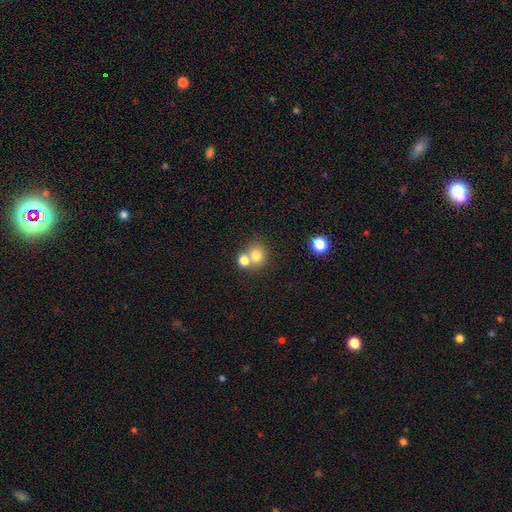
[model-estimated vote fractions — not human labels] Smooth or featured?
  - smooth: 76% *
  - star or artifact: 13%
  - featured or disk: 11%
How rounded?
  - round: 82% *
  - in between: 17%
  - cigar-shaped: 1%
Merging?
  - none: 46% *
  - merger: 45%
  - minor disturbance: 6%
  - major disturbance: 3%